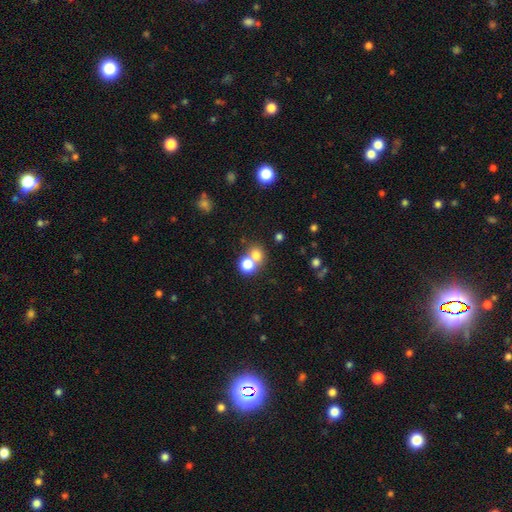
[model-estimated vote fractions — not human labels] smooth_or_featured: smooth (p=0.75) [alt: star or artifact p=0.14]
how_rounded: round (p=0.77) [alt: in between p=0.22]
merging: merger (p=0.48) [alt: none p=0.43]